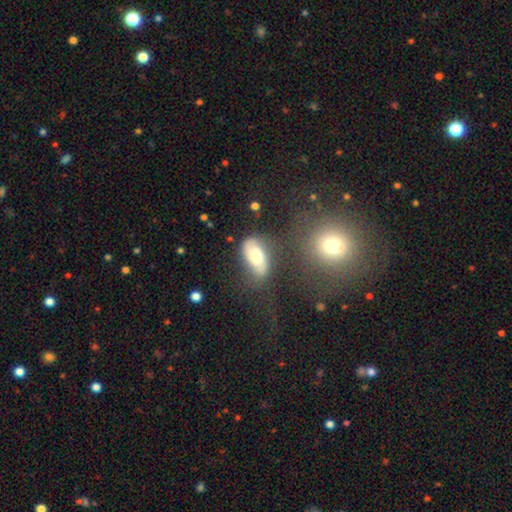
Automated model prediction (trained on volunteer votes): Smooth or featured?
  - smooth: 52% *
  - featured or disk: 40%
  - star or artifact: 8%
How rounded?
  - in between: 89% *
  - round: 6%
  - cigar-shaped: 5%
Merging?
  - none: 51% *
  - minor disturbance: 26%
  - major disturbance: 16%
  - merger: 7%